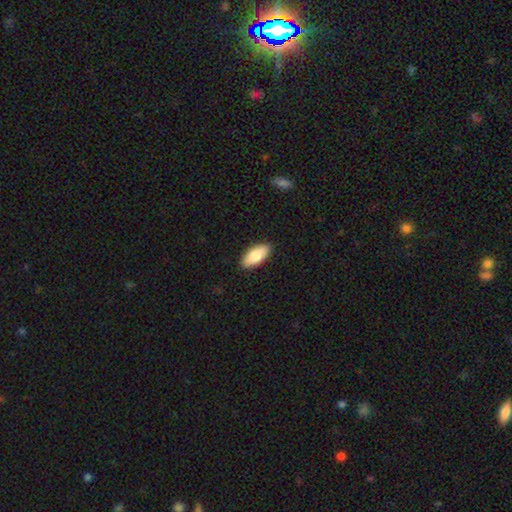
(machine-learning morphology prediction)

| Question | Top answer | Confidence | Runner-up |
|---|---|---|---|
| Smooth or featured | smooth | 85% | featured or disk (10%) |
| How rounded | in between | 88% | cigar-shaped (10%) |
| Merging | none | 89% | minor disturbance (8%) |